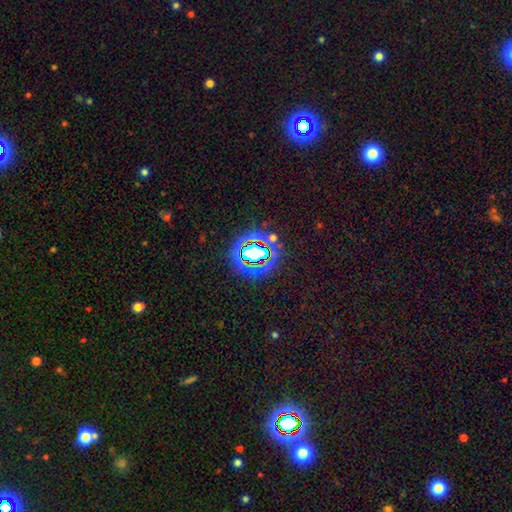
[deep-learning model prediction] Overall: star or artifact (76%).